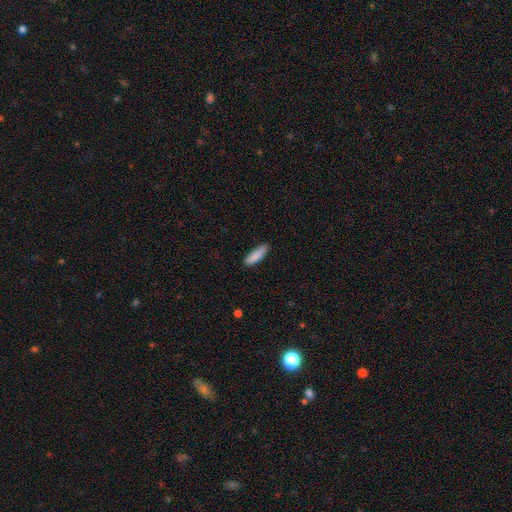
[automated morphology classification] This appears to be a smooth galaxy with no disk features (88%) that is cigar-shaped (59%). Merging: none (85%).